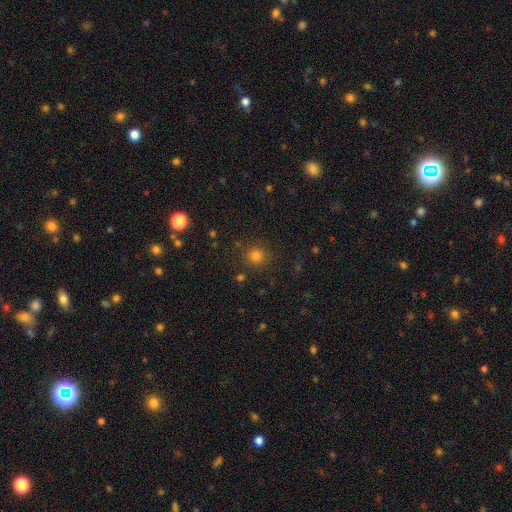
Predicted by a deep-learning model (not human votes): The model was most divided on "smooth or featured": smooth: 78%, star or artifact: 17%, featured or disk: 5%. More confident: how rounded — round (92%); merging — none (87%).